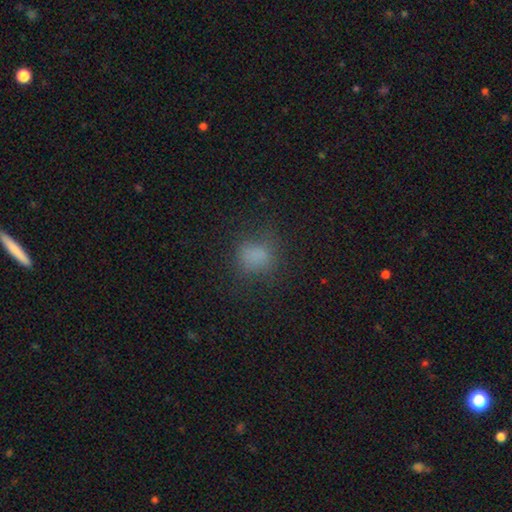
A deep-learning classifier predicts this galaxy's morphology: smooth_or_featured: smooth (p=0.76) [alt: star or artifact p=0.16]
how_rounded: round (p=0.64) [alt: in between p=0.34]
merging: none (p=0.70) [alt: minor disturbance p=0.18]